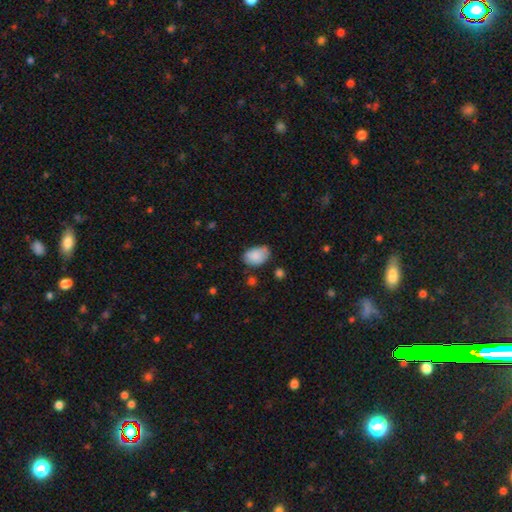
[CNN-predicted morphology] smooth-or-featured: smooth: 86% | star or artifact: 7% | featured or disk: 6%
  how-rounded: in between: 84% | round: 15% | cigar-shaped: 1%
  merging: none: 59% | minor disturbance: 31% | major disturbance: 6% | merger: 4%